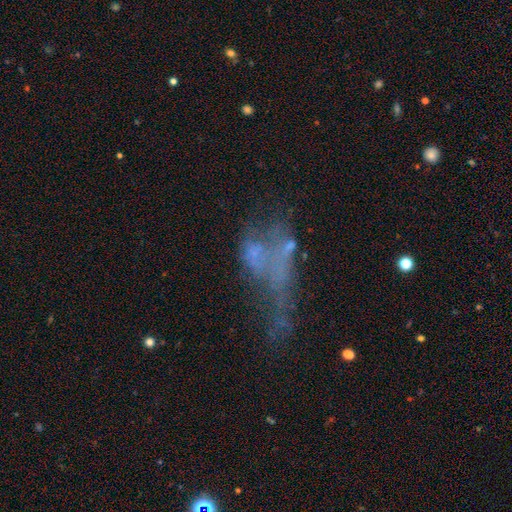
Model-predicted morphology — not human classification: Smooth or featured?
  - featured or disk: 49% *
  - smooth: 27%
  - star or artifact: 23%
Merging?
  - major disturbance: 42% *
  - merger: 27%
  - none: 19%
  - minor disturbance: 12%